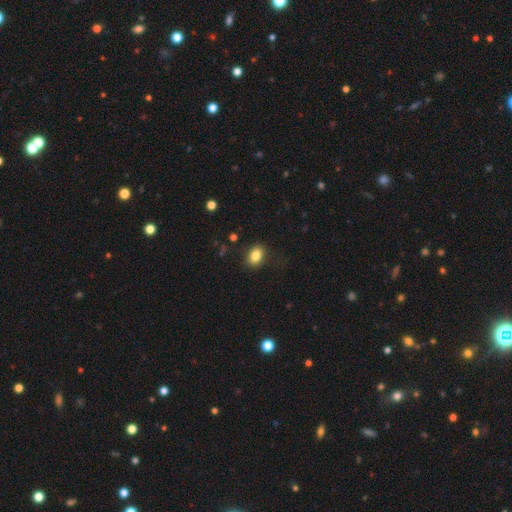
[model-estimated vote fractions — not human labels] A smooth galaxy with no disk features (83%) that is in between round and cigar-shaped (71%). Merging: none (83%).